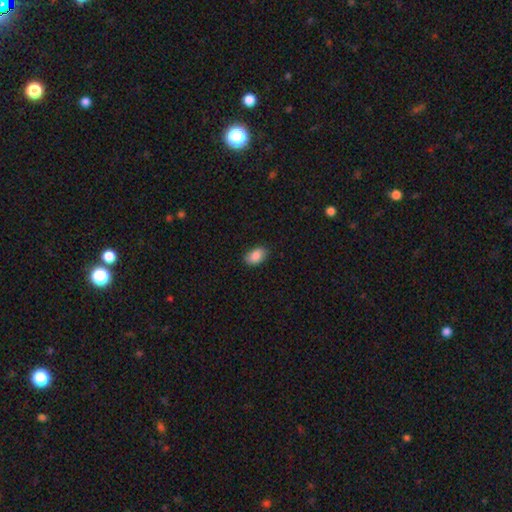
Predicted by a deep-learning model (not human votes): smooth 88%, star or artifact 7%, featured or disk 5%. Down the decision tree: how rounded — in between (90%); merging — none (84%).